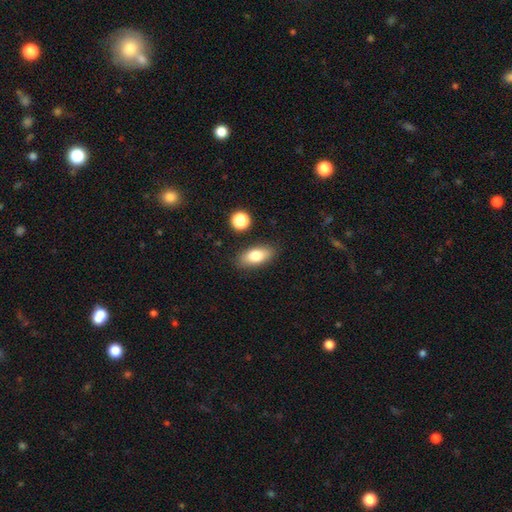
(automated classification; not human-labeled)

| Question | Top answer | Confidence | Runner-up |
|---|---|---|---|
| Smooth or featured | smooth | 79% | featured or disk (14%) |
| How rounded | in between | 84% | cigar-shaped (11%) |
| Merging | none | 85% | minor disturbance (10%) |